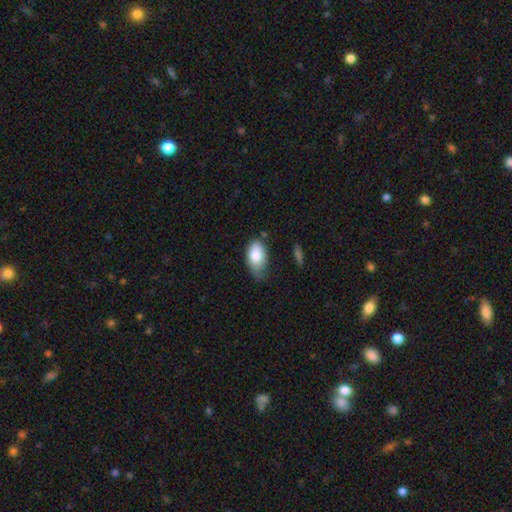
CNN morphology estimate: Smooth or featured? smooth (83%)
How rounded? in between (93%)
Merging? none (43%, tied with minor disturbance)